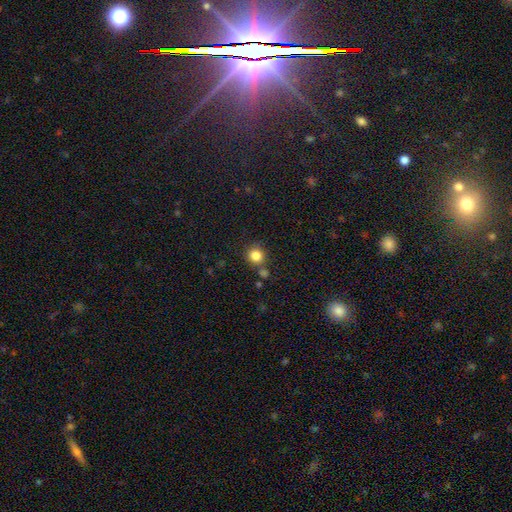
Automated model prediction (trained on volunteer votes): Smooth or featured? Predicted: smooth (p=0.83). How rounded? Predicted: round (p=0.92). Merging? Predicted: none (p=0.76).